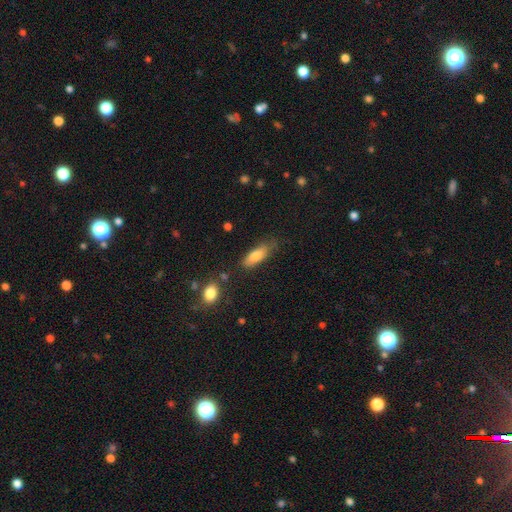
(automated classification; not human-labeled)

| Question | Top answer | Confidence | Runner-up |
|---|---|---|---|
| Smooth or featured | smooth | 77% | featured or disk (16%) |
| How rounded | in between | 65% | cigar-shaped (33%) |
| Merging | none | 64% | minor disturbance (25%) |